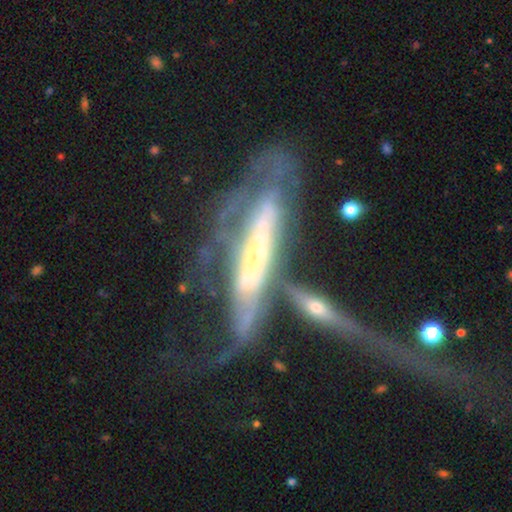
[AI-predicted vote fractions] Q: Smooth or featured?
A: featured or disk (78%); runner-up: smooth (15%)
Q: Edge-on disk?
A: no (52%); runner-up: yes (48%)
Q: Merging?
A: merger (41%); runner-up: major disturbance (32%)